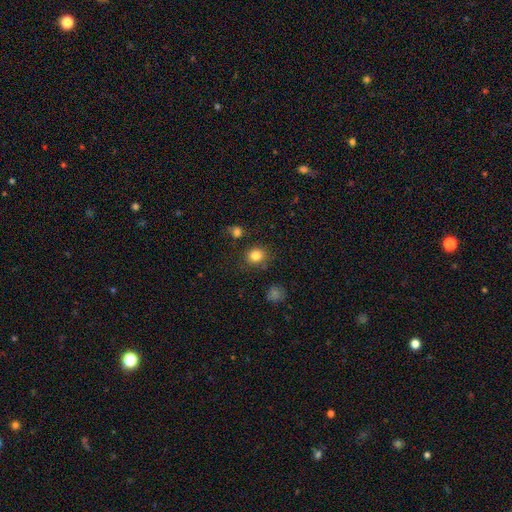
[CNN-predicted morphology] Smooth or featured? Predicted: smooth (p=0.82). How rounded? Predicted: round (p=0.76). Merging? Predicted: none (p=0.81).